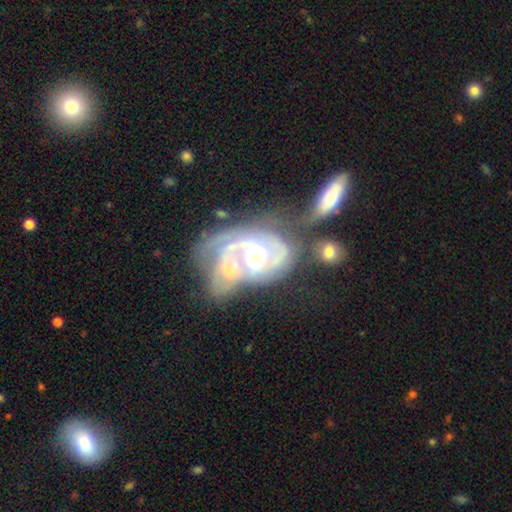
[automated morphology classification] The model was most divided on "spiral winding": tight: 49%, medium: 36%, loose: 14%. Remaining: edge-on disk — no (97%); spiral arms — yes (85%); smooth or featured — featured or disk (85%); bulge size — moderate (68%); bar — no (62%); merging — merger (52%); spiral arm count — 2 (50%).